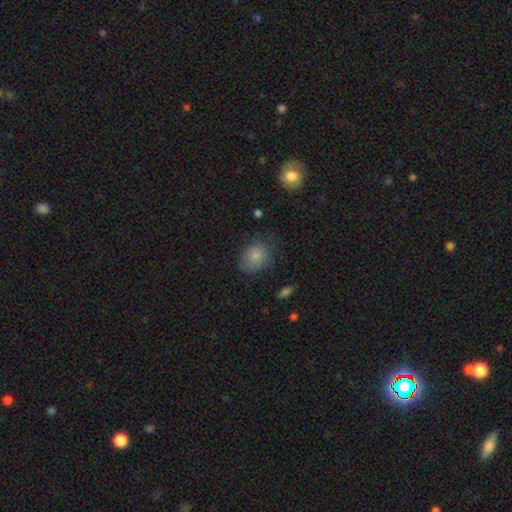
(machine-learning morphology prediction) smooth_or_featured: smooth (p=0.81) [alt: star or artifact p=0.10]
how_rounded: in between (p=0.52) [alt: round p=0.47]
merging: none (p=0.61) [alt: minor disturbance p=0.27]